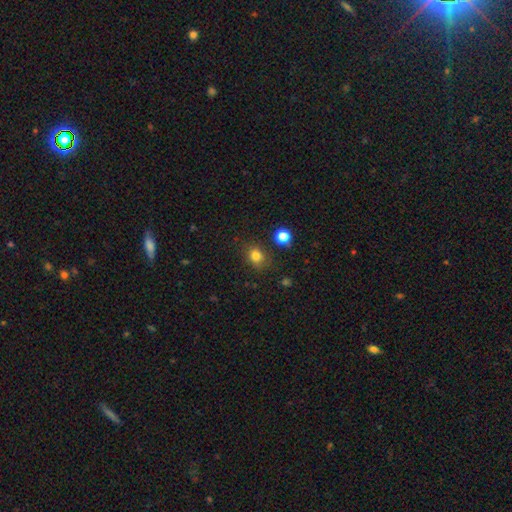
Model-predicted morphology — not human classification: Overall: smooth (81%). How rounded: round (61%; in between 38%). Merging: none (81%).